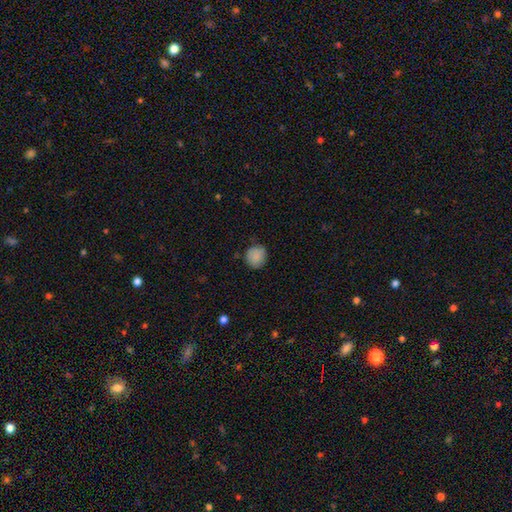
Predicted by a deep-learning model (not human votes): This appears to be a smooth galaxy with no disk features (83%) that is round (86%). Merging: none (79%).